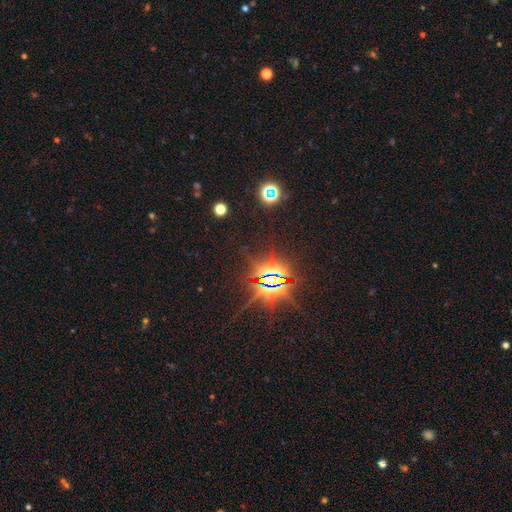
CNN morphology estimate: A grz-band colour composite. It shows a star or artifact, not a galaxy (86%).